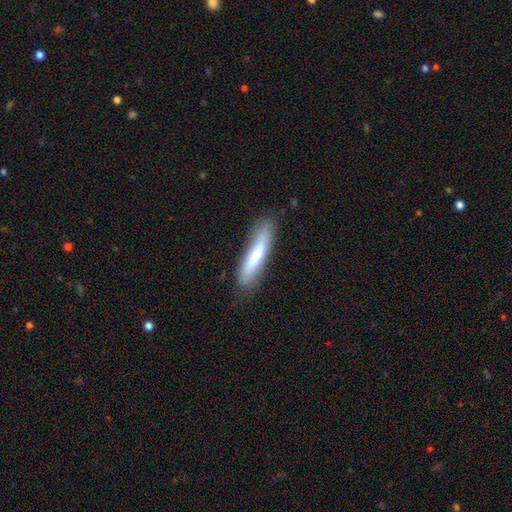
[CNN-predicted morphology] Smooth or featured?
  - smooth: 72% *
  - featured or disk: 22%
  - star or artifact: 6%
How rounded?
  - cigar-shaped: 88% *
  - in between: 11%
  - round: 1%
Merging?
  - none: 78% *
  - minor disturbance: 17%
  - major disturbance: 4%
  - merger: 2%